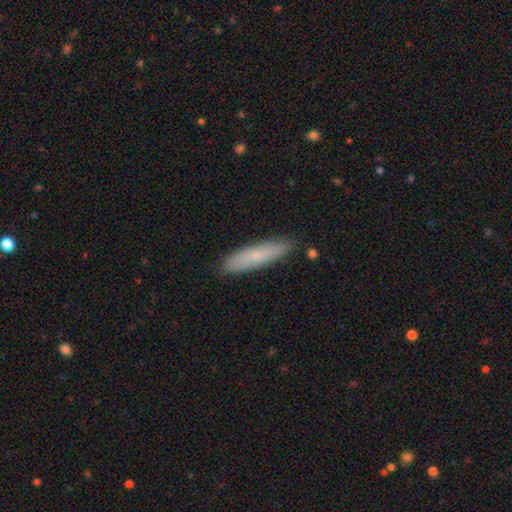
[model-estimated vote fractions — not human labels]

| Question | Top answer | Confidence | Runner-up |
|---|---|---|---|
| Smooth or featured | smooth | 75% | featured or disk (19%) |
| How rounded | cigar-shaped | 81% | in between (17%) |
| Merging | none | 87% | minor disturbance (10%) |